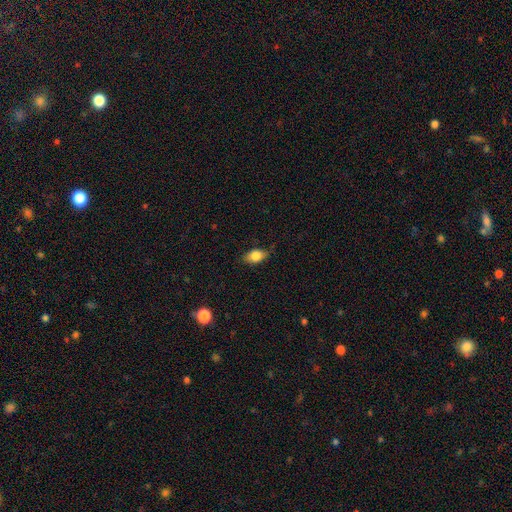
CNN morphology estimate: Smooth or featured: smooth — 80% (featured or disk — 12%)
How rounded: in between — 85% (round — 12%)
Merging: none — 75% (minor disturbance — 20%)